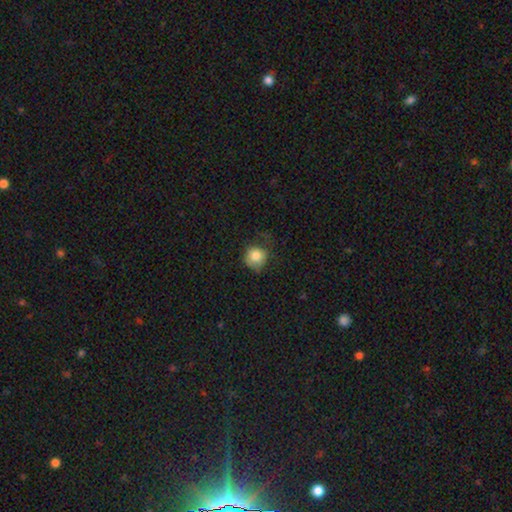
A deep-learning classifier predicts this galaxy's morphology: A smooth galaxy with no disk features (82%) that is round (88%). Merging: none (56%).